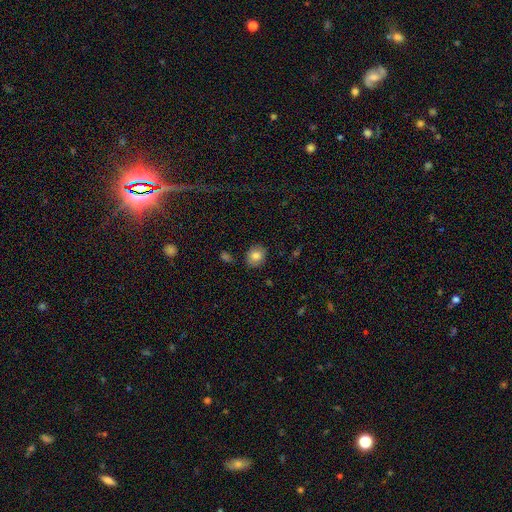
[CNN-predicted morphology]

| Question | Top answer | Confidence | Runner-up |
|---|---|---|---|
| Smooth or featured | smooth | 81% | featured or disk (10%) |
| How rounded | round | 67% | in between (32%) |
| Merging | none | 83% | minor disturbance (13%) |